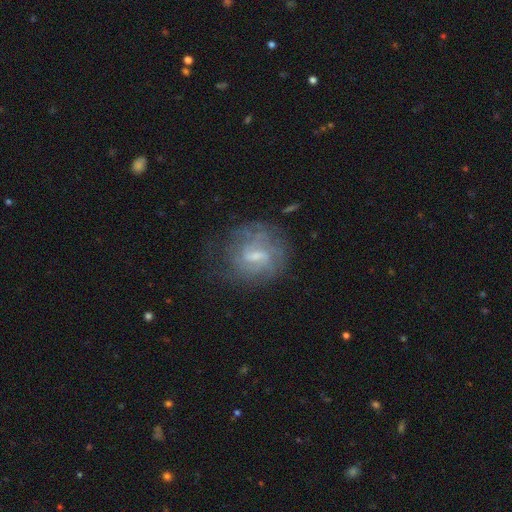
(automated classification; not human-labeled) smooth-or-featured: featured or disk: 73% | smooth: 19% | star or artifact: 9%
  disk-edge-on: no: 97% | yes: 3%
    bar: weak: 59% | strong: 23% | no: 17%
    has-spiral-arms: yes: 80% | no: 20%
      spiral-winding: tight: 43% | medium: 38% | loose: 19%
      spiral-arm-count: can't tell: 47% | 2: 29% | 3: 10% | 1: 5% | 4: 5% | more than 4: 3%
    bulge-size: small: 42% | moderate: 33% | none: 21% | large: 4% | dominant: 1%
  merging: none: 62% | minor disturbance: 20% | major disturbance: 15% | merger: 2%